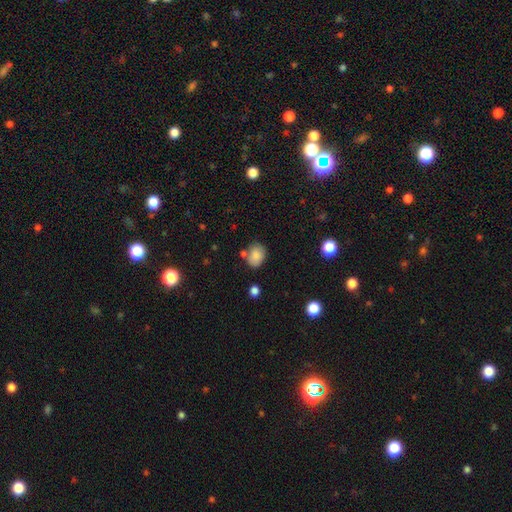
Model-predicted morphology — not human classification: Smooth or featured? smooth (84%)
How rounded? in between (58%)
Merging? none (69%)